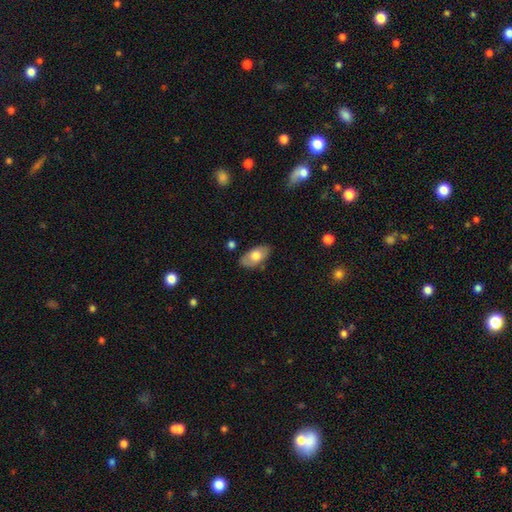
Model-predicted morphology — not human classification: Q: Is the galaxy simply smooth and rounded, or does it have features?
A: smooth — 71%.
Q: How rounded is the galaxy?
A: in between — 93%.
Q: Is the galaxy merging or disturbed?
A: none — 80%.